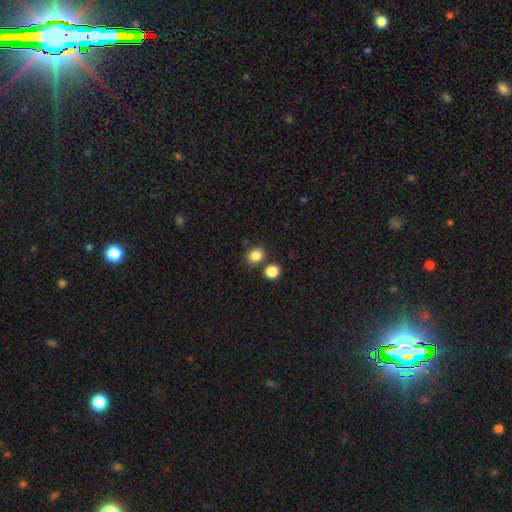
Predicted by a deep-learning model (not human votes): A smooth galaxy with no disk features (84%) that is round (71%).

Vote fractions:
- Smooth or featured? smooth: 84% / star or artifact: 11% / featured or disk: 5%
- How rounded? round: 71% / in between: 28% / cigar-shaped: 1%
- Merging? none: 77% / merger: 12% / minor disturbance: 9% / major disturbance: 3%